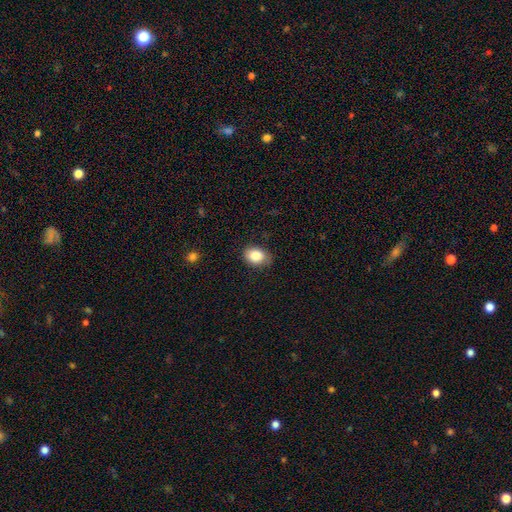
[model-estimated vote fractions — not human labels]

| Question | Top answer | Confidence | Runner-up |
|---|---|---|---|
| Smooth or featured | smooth | 85% | star or artifact (8%) |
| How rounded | in between | 70% | round (29%) |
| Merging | none | 78% | minor disturbance (17%) |